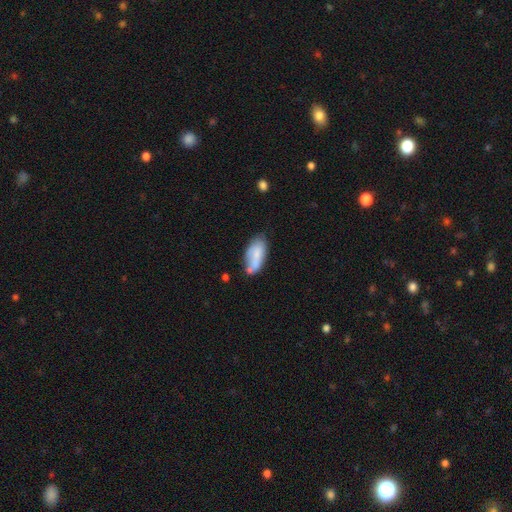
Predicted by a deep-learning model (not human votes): The model was most divided on "merging": none: 50%, minor disturbance: 29%, merger: 11%, major disturbance: 9%. More confident: how rounded — in between (87%); smooth or featured — smooth (70%).